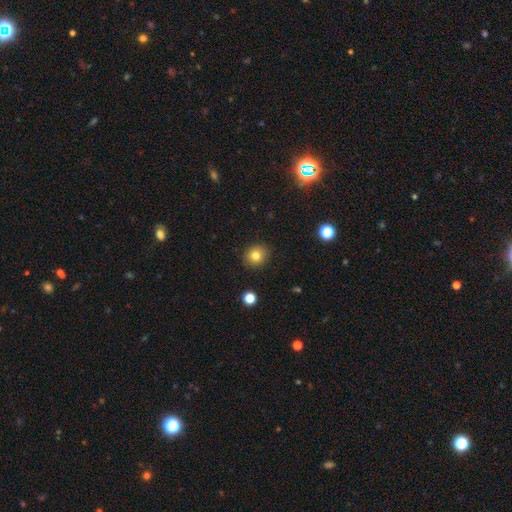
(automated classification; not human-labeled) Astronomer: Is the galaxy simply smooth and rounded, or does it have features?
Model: smooth — 81%.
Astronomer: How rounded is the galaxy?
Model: round — 82%.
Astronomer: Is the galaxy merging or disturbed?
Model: none — 89%.